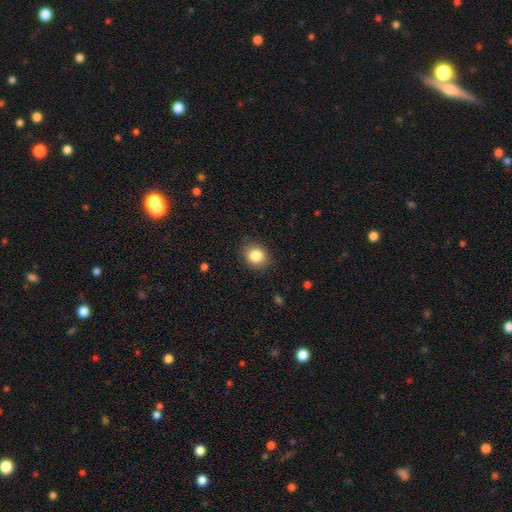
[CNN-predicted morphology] smooth 84%, star or artifact 10%, featured or disk 6%. Down the decision tree: how rounded — round (70%); merging — none (86%).